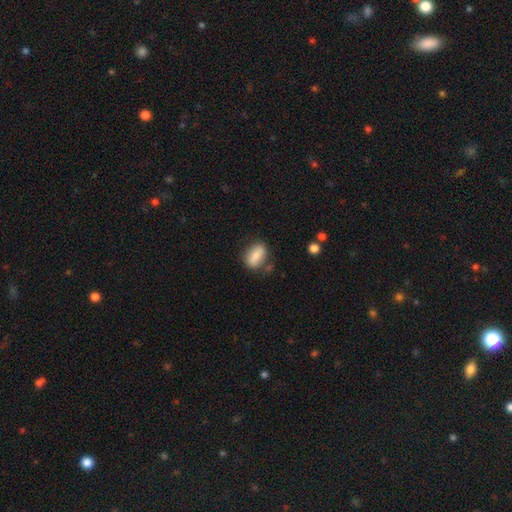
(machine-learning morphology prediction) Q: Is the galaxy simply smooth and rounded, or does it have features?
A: smooth — 80%.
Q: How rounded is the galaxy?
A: in between — 83%.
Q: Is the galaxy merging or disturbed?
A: none — 72%.